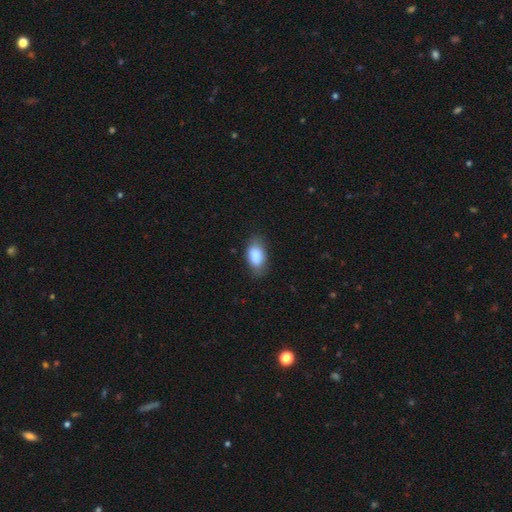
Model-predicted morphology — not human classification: Q: Smooth or featured?
A: smooth (87%); runner-up: star or artifact (7%)
Q: How rounded?
A: in between (91%); runner-up: round (6%)
Q: Merging?
A: none (77%); runner-up: minor disturbance (18%)